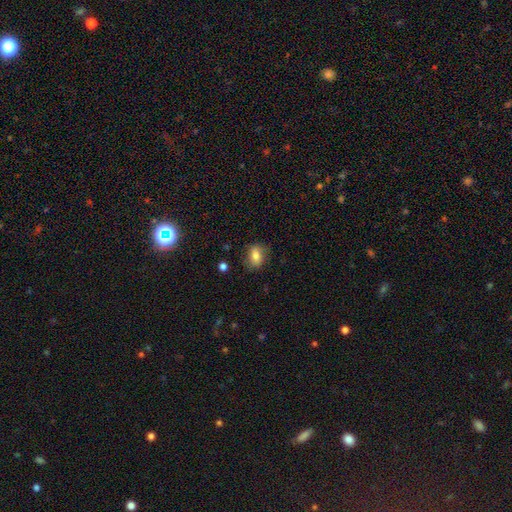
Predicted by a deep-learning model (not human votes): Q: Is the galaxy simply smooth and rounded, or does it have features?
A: smooth — 78%.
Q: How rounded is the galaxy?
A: in between — 72%.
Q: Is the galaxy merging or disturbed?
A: none — 76%.